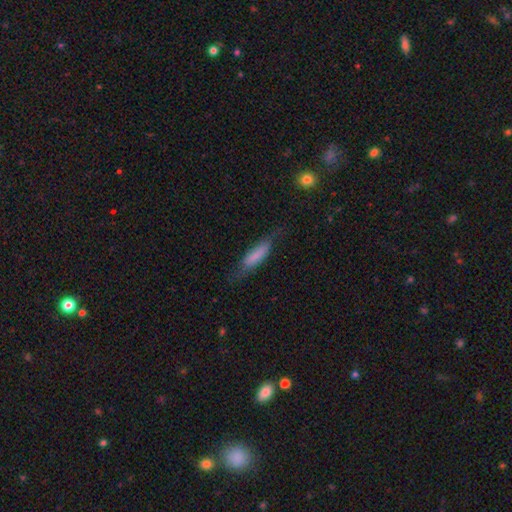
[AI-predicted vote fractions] This is likely a smooth galaxy (70%). How rounded: likely cigar-shaped (72%). Merging: likely none (63%).